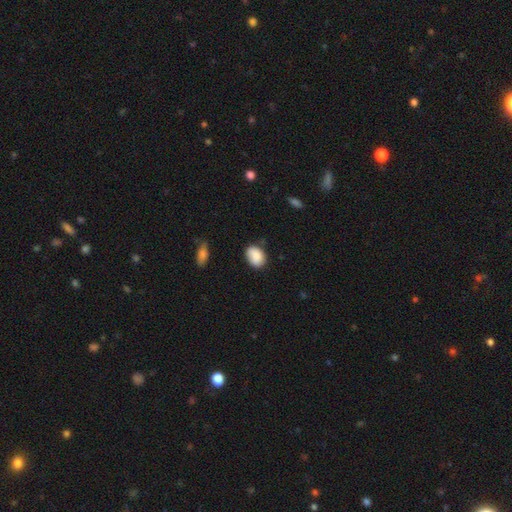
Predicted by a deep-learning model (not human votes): Morphology: type=smooth (86%); roundness=in between (74%); merging=none (70%).